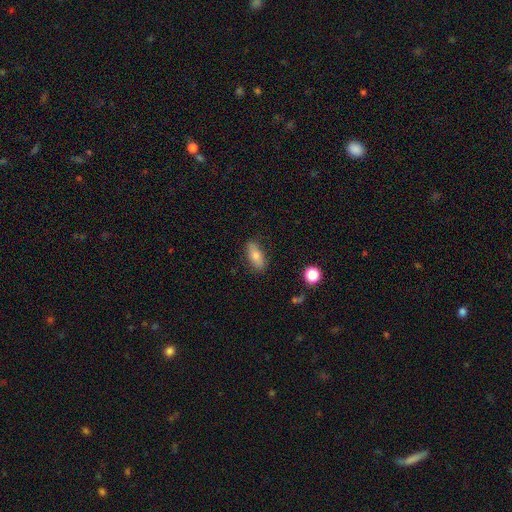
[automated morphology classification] A smooth galaxy with no disk features (71%) that is in between round and cigar-shaped (73%).

Vote fractions:
- Smooth or featured? smooth: 71% / featured or disk: 21% / star or artifact: 8%
- How rounded? in between: 73% / cigar-shaped: 23% / round: 4%
- Merging? none: 84% / minor disturbance: 12% / major disturbance: 3% / merger: 1%